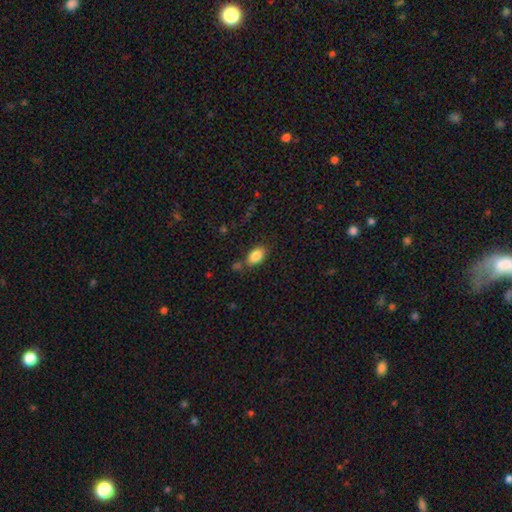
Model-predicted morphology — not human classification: Q: Smooth or featured?
A: smooth (85%); runner-up: star or artifact (8%)
Q: How rounded?
A: in between (91%); runner-up: round (7%)
Q: Merging?
A: none (70%); runner-up: minor disturbance (15%)